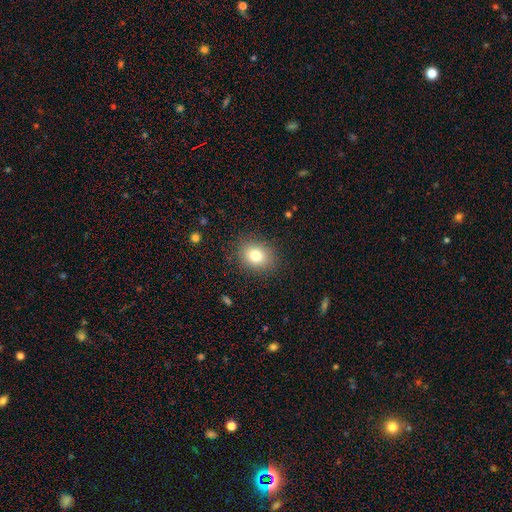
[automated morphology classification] Overall: smooth (79%). How rounded: round (54%; in between 45%). Merging: none (86%).